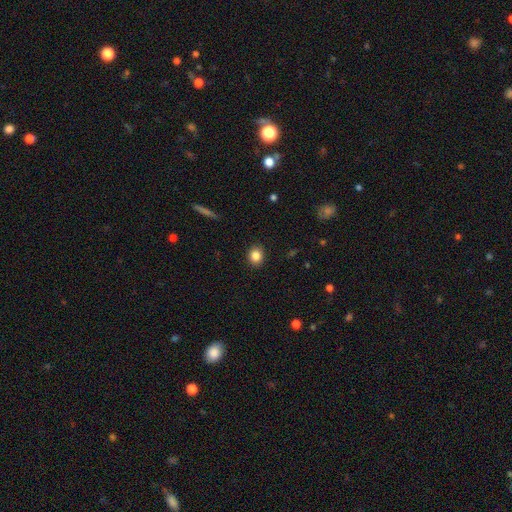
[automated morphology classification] Overall: smooth (85%). How rounded: round (70%). Merging: none (90%).